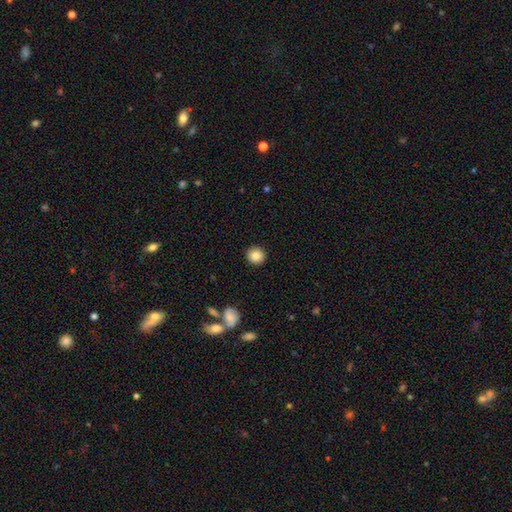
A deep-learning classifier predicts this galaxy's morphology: Smooth or featured? smooth (85%)
How rounded? round (92%)
Merging? none (92%)